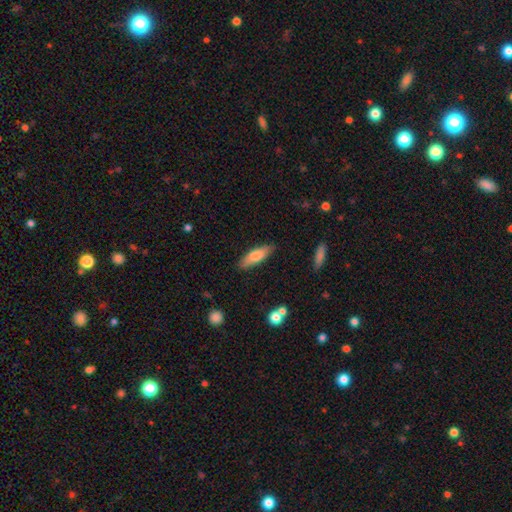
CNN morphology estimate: Smooth or featured? Predicted: smooth (p=0.75). How rounded? Predicted: cigar-shaped (p=0.54). Merging? Predicted: none (p=0.85).